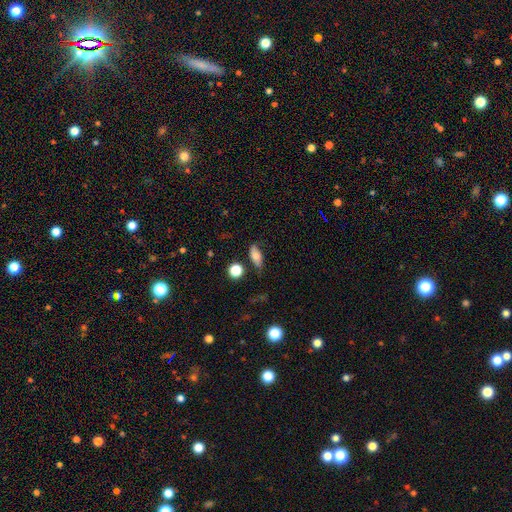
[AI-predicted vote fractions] The model was most divided on "merging": none: 63%, minor disturbance: 25%, major disturbance: 8%, merger: 4%. More confident: how rounded — in between (79%); smooth or featured — smooth (69%).